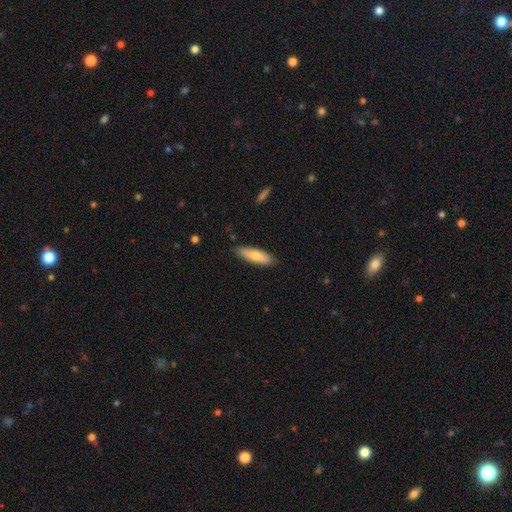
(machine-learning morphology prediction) A smooth galaxy with no disk features (75%) that is cigar-shaped (53%).

Vote fractions:
- Smooth or featured? smooth: 75% / featured or disk: 19% / star or artifact: 6%
- How rounded? cigar-shaped: 53% / in between: 46% / round: 2%
- Merging? none: 86% / minor disturbance: 11% / major disturbance: 2% / merger: 1%